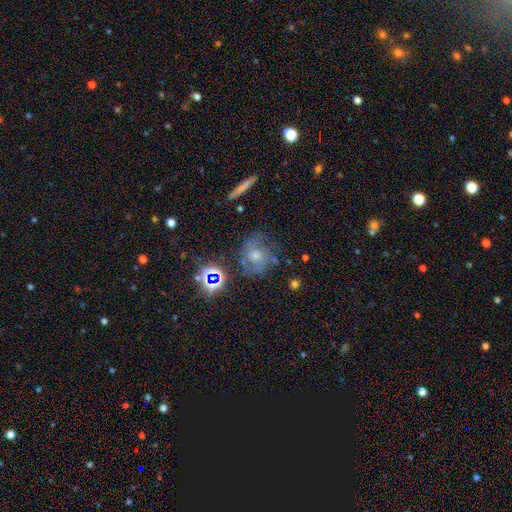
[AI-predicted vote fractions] The model was most divided on "smooth or featured": featured or disk: 46%, smooth: 34%, star or artifact: 20%. More confident: merging — none (59%).